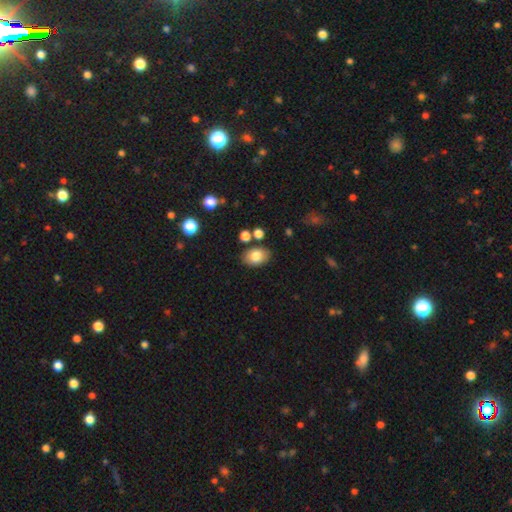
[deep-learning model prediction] Q: Smooth or featured?
A: smooth (80%); runner-up: featured or disk (12%)
Q: How rounded?
A: in between (82%); runner-up: round (17%)
Q: Merging?
A: none (80%); runner-up: minor disturbance (11%)